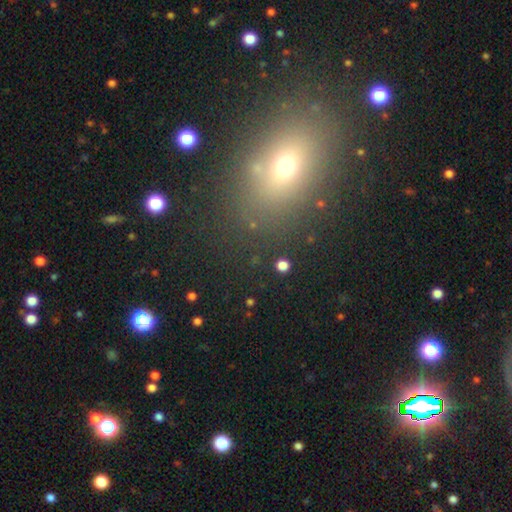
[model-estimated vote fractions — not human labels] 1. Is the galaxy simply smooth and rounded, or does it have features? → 51% smooth, 35% star or artifact, 14% featured or disk.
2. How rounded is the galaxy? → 62% in between, 34% round, 4% cigar-shaped.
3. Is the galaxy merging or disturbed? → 82% none, 9% minor disturbance, 5% major disturbance, 4% merger.